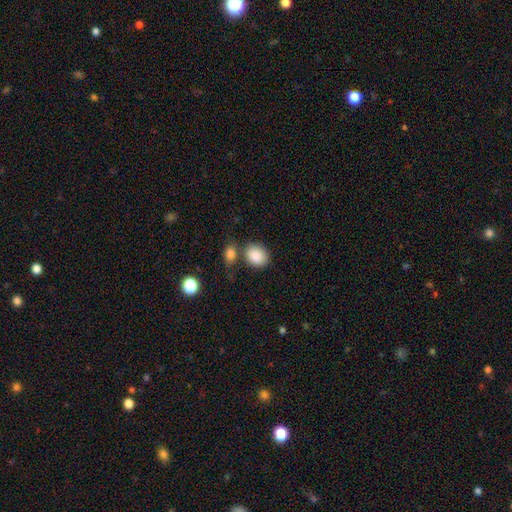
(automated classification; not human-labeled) Morphology: type=smooth (85%); roundness=round (51%); merging=none (63%).